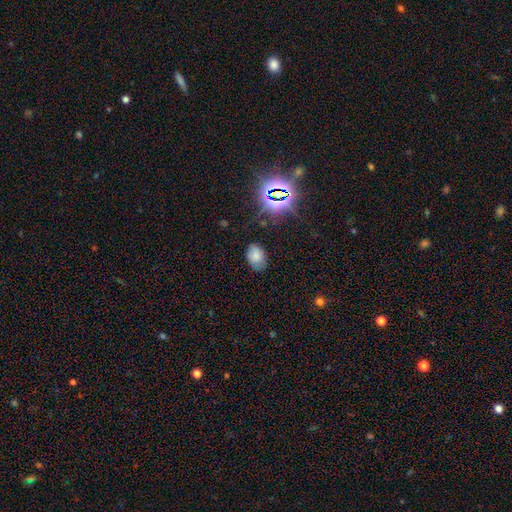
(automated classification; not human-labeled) Smooth or featured?
  - smooth: 72% *
  - star or artifact: 18%
  - featured or disk: 10%
How rounded?
  - in between: 84% *
  - round: 15%
  - cigar-shaped: 1%
Merging?
  - none: 76% *
  - minor disturbance: 18%
  - major disturbance: 4%
  - merger: 2%